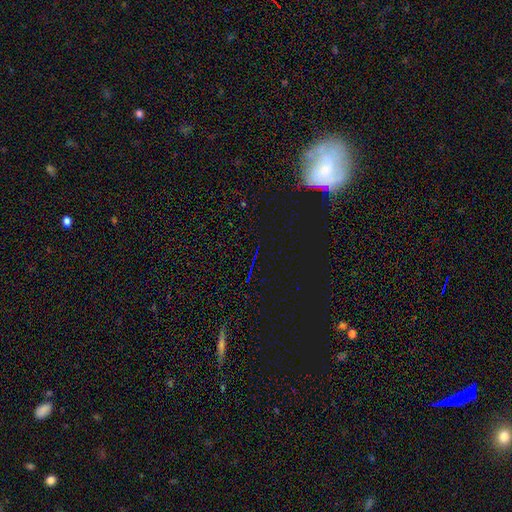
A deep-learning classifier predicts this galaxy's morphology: Smooth or featured?
  - star or artifact: 80% *
  - featured or disk: 10%
  - smooth: 10%